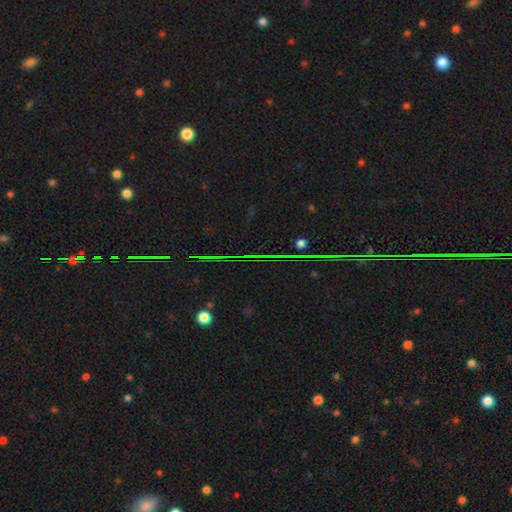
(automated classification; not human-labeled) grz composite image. It shows a star or artifact, not a galaxy (80%).